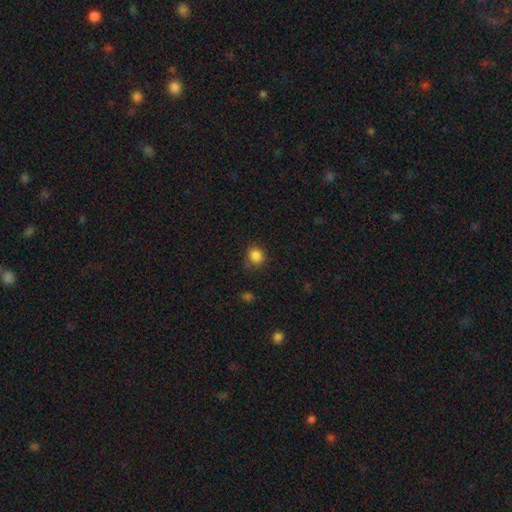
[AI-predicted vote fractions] Smooth or featured? smooth (85%)
How rounded? round (78%)
Merging? none (78%)